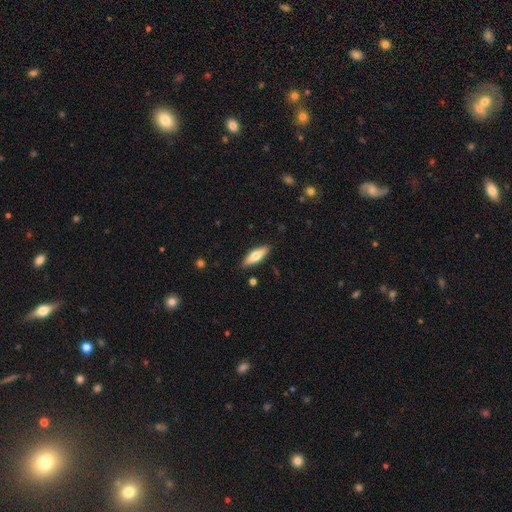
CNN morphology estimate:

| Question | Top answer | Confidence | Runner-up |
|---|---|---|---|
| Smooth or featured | smooth | 63% | featured or disk (31%) |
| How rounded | in between | 50% | cigar-shaped (48%) |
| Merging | none | 87% | minor disturbance (9%) |